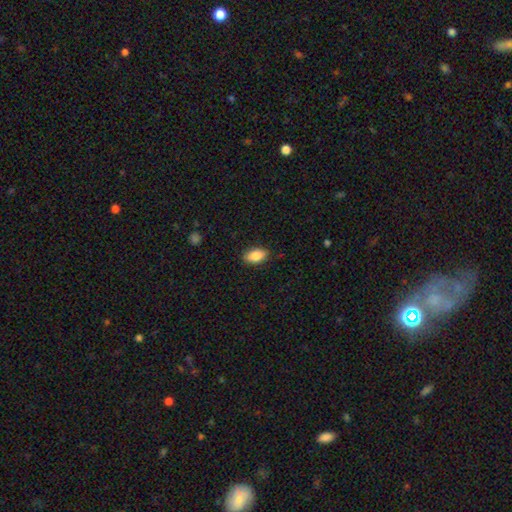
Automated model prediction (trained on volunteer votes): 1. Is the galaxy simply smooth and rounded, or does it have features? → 86% smooth, 7% star or artifact, 7% featured or disk.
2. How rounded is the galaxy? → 91% in between, 5% round, 4% cigar-shaped.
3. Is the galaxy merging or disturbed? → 87% none, 10% minor disturbance, 2% major disturbance, 1% merger.